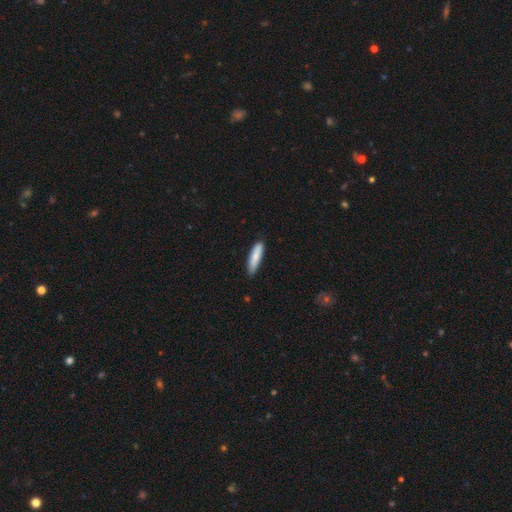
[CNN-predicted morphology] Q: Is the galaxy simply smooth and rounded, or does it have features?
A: smooth — 82%.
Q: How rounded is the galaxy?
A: cigar-shaped — 76%.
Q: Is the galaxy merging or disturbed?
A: none — 81%.